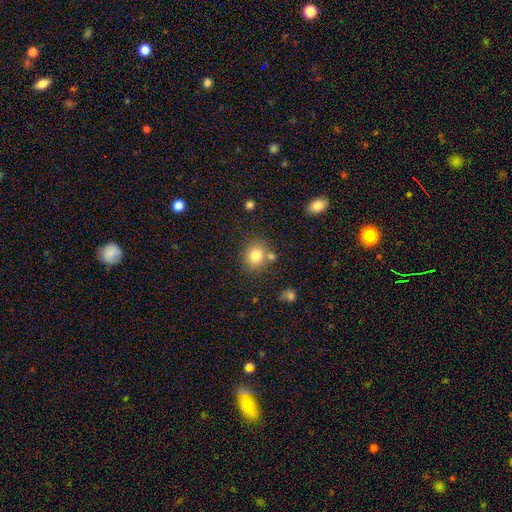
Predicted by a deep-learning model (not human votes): Smooth or featured: smooth — 80% (star or artifact — 11%)
How rounded: round — 75% (in between — 24%)
Merging: none — 70% (merger — 13%)